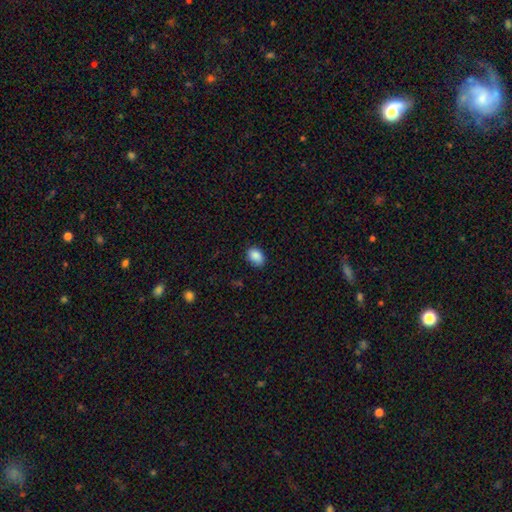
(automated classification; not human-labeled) smooth_or_featured: smooth (p=0.88) [alt: star or artifact p=0.08]
how_rounded: in between (p=0.78) [alt: round p=0.20]
merging: none (p=0.83) [alt: minor disturbance p=0.14]